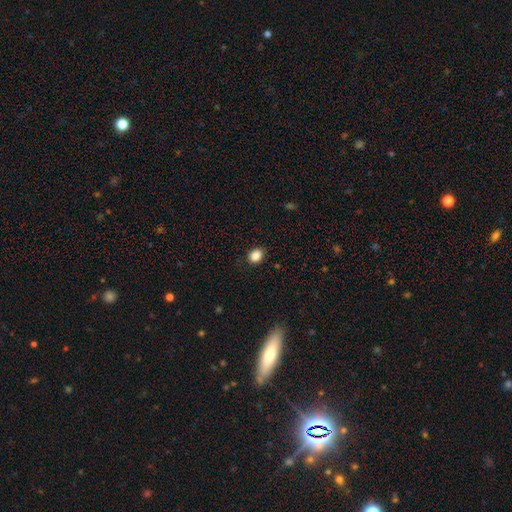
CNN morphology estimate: type=smooth (87%); roundness=round (57%); merging=none (87%).